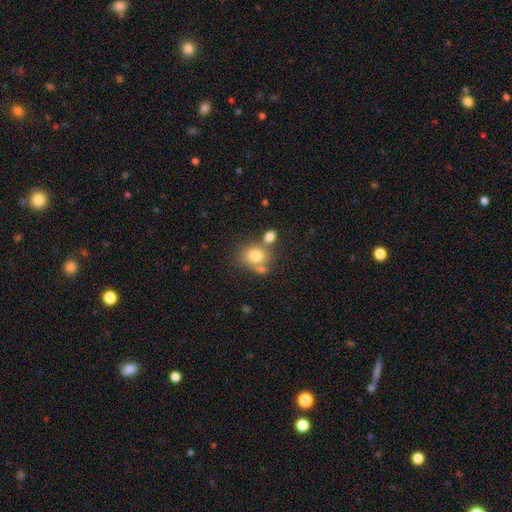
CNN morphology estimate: Smooth or featured?
  - smooth: 76% *
  - featured or disk: 14%
  - star or artifact: 10%
How rounded?
  - round: 59% *
  - in between: 40%
  - cigar-shaped: 1%
Merging?
  - none: 48% *
  - merger: 32%
  - minor disturbance: 14%
  - major disturbance: 6%